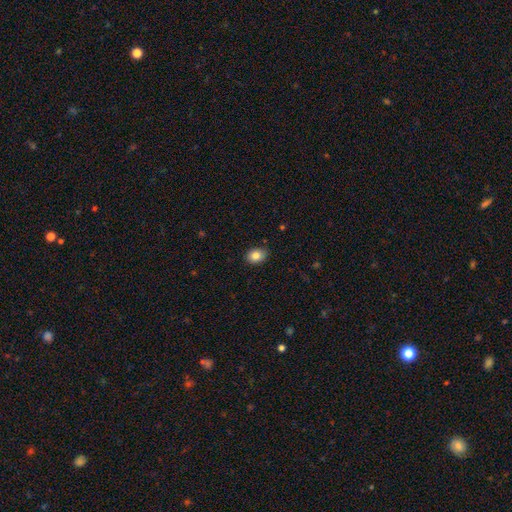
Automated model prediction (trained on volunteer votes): This is clearly a smooth galaxy (84%). How rounded: likely in between (69%). Merging: clearly none (88%).